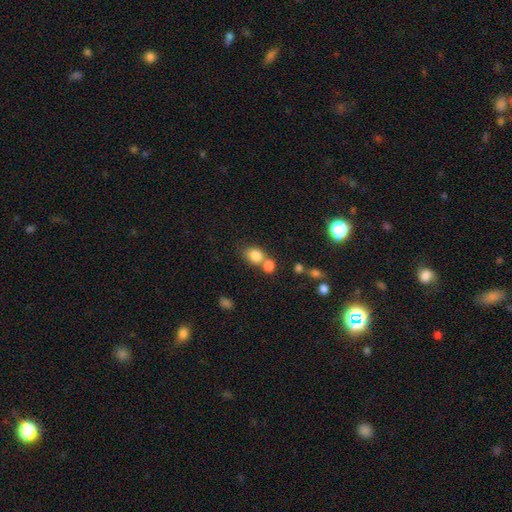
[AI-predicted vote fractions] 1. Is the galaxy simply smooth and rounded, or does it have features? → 81% smooth, 10% star or artifact, 8% featured or disk.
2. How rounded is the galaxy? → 53% in between, 46% round, 1% cigar-shaped.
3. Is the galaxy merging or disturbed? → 43% none (tied), 43% merger (tied), 10% minor disturbance, 4% major disturbance.